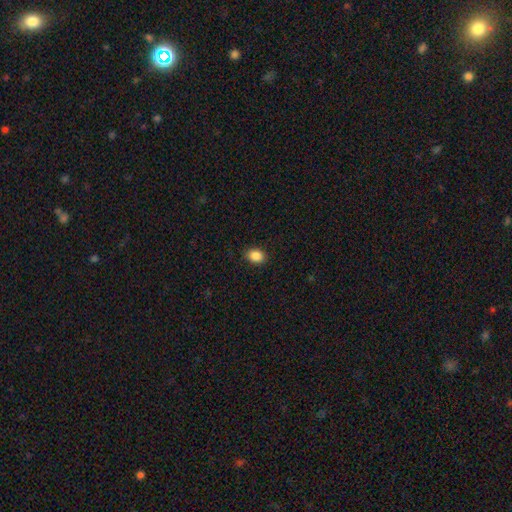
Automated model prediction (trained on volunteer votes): This is clearly a smooth galaxy (88%). How rounded: likely in between (65%). Merging: clearly none (89%).